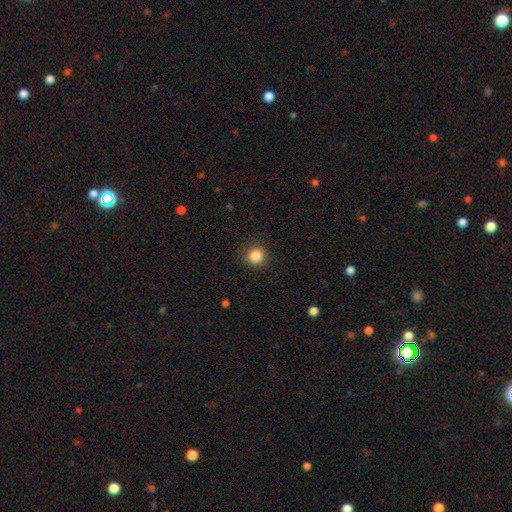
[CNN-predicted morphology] type=smooth (86%); roundness=round (92%); merging=none (90%).